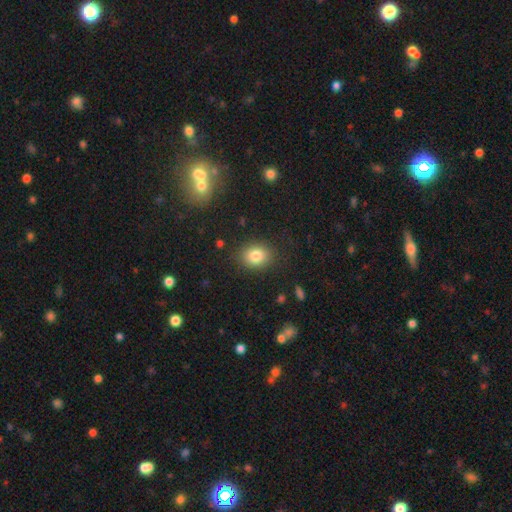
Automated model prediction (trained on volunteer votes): Smooth or featured?
  - smooth: 81% *
  - star or artifact: 11%
  - featured or disk: 8%
How rounded?
  - round: 54% *
  - in between: 45%
  - cigar-shaped: 1%
Merging?
  - none: 86% *
  - minor disturbance: 10%
  - major disturbance: 3%
  - merger: 1%